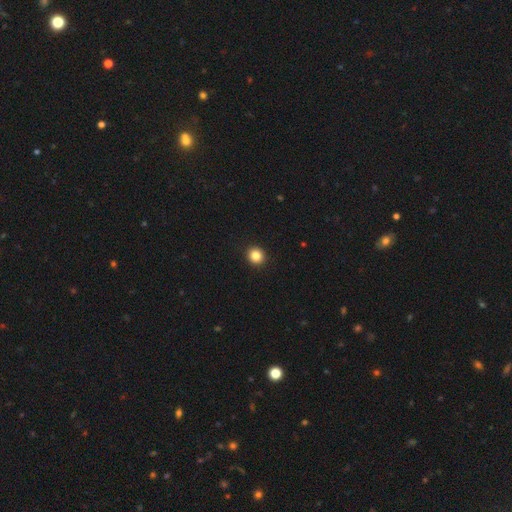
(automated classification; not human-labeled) Smooth or featured?
  - smooth: 85% *
  - star or artifact: 11%
  - featured or disk: 4%
How rounded?
  - round: 89% *
  - in between: 10%
  - cigar-shaped: 1%
Merging?
  - none: 93% *
  - minor disturbance: 4%
  - major disturbance: 2%
  - merger: 1%